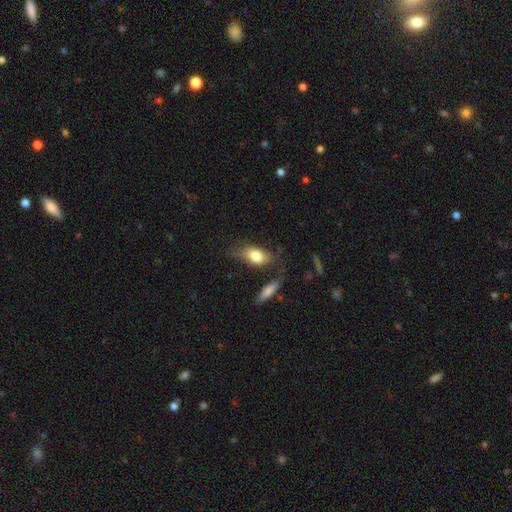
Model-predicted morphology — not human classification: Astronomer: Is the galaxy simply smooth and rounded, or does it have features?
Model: smooth — 78%.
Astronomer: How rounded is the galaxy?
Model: in between — 85%.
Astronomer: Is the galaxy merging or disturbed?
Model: none — 54%.